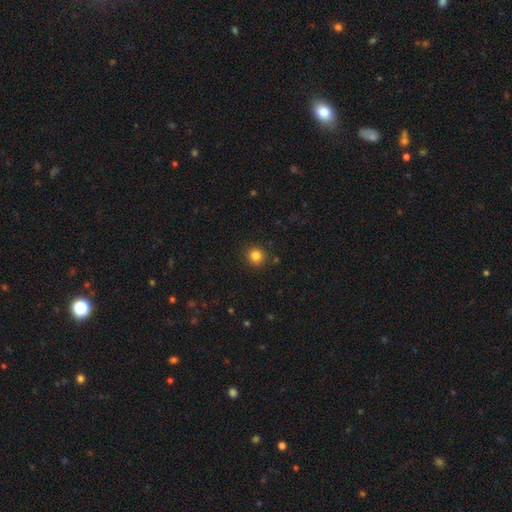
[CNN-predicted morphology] smooth-or-featured: smooth: 83% | star or artifact: 12% | featured or disk: 5%
  how-rounded: round: 90% | in between: 9% | cigar-shaped: 1%
  merging: none: 90% | minor disturbance: 6% | major disturbance: 2% | merger: 1%